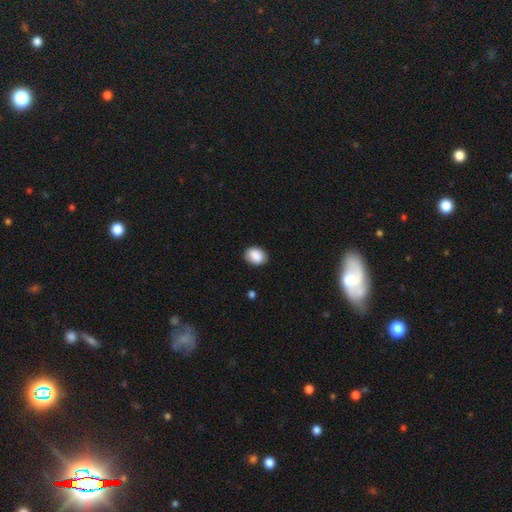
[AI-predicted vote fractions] Morphology: type=smooth (89%); roundness=in between (67%); merging=none (85%).